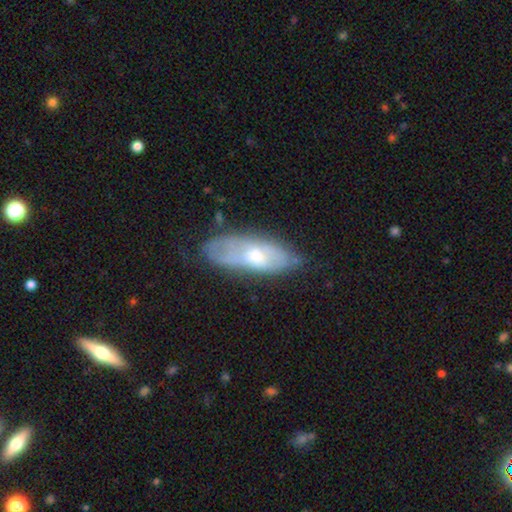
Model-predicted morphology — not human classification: Smooth or featured? Predicted: smooth (p=0.47). Merging? Predicted: none (p=0.57).